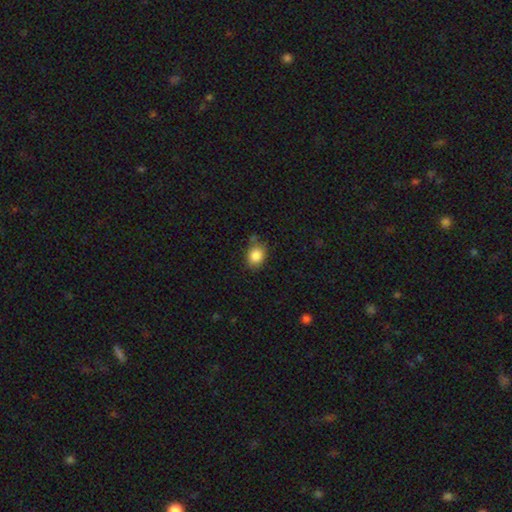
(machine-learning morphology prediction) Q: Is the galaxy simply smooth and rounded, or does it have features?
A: smooth — 86%.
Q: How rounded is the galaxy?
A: round — 50%.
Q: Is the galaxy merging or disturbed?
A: none — 72%.